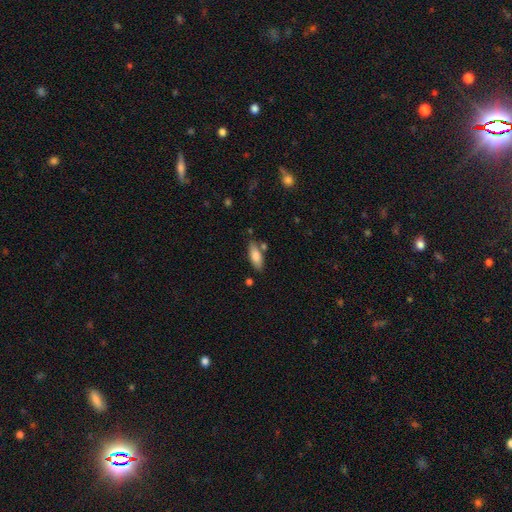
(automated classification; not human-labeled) This appears to be a smooth galaxy with no disk features (80%) that is in between round and cigar-shaped (73%). Merging: none (75%).